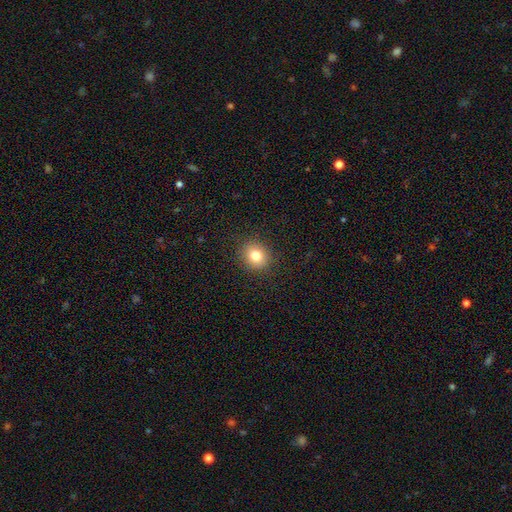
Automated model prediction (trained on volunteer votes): smooth_or_featured: smooth (p=0.81) [alt: star or artifact p=0.11]
how_rounded: round (p=0.80) [alt: in between p=0.19]
merging: none (p=0.90) [alt: minor disturbance p=0.07]